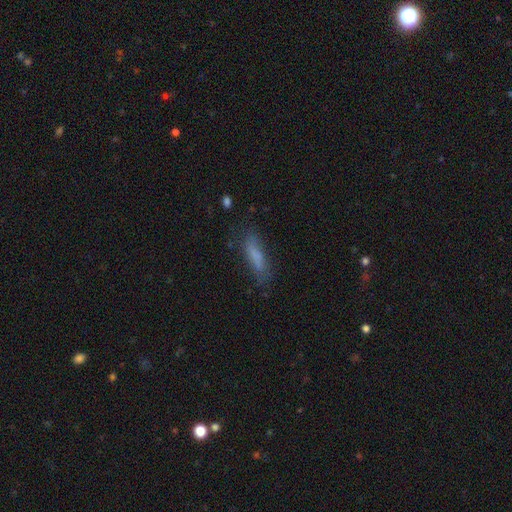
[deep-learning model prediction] Smooth or featured? Predicted: smooth (p=0.72). How rounded? Predicted: cigar-shaped (p=0.67). Merging? Predicted: none (p=0.69).